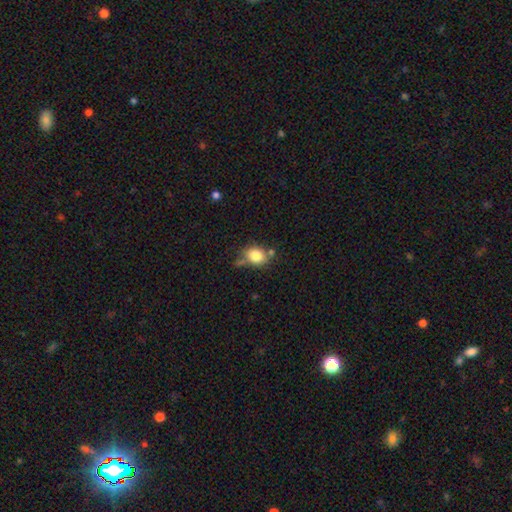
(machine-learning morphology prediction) A smooth galaxy with no disk features (80%) that is round (51%). Merging: none (58%).